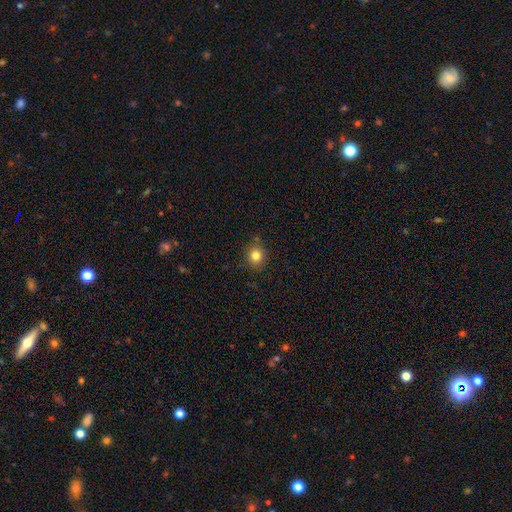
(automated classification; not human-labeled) This appears to be a smooth galaxy with no disk features (82%) that is round (89%). Merging: none (85%).